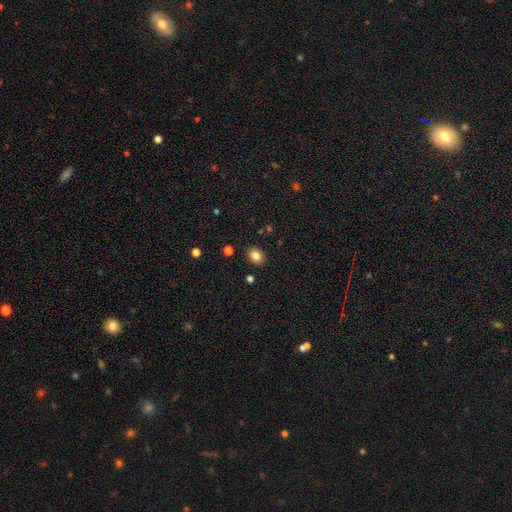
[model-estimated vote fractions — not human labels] smooth-or-featured: smooth: 83% | star or artifact: 11% | featured or disk: 6%
  how-rounded: round: 51% | in between: 49% | cigar-shaped: 1%
  merging: none: 88% | minor disturbance: 8% | major disturbance: 2% | merger: 2%